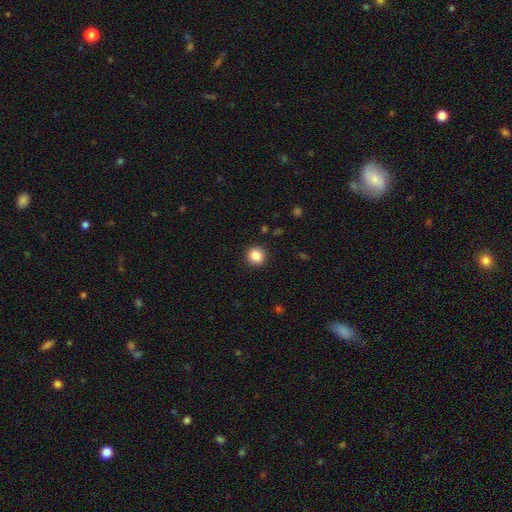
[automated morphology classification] Overall: smooth (85%). How rounded: round (93%). Merging: none (92%).